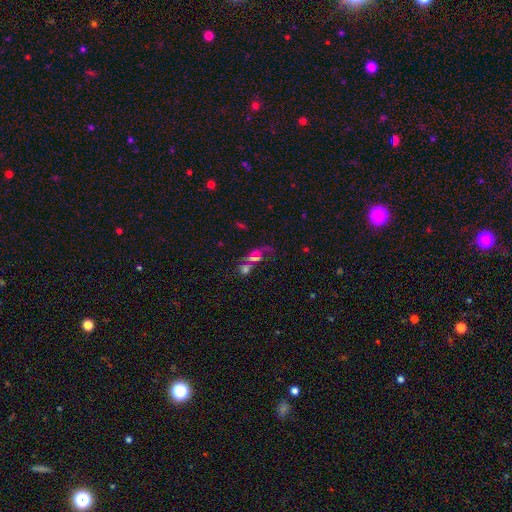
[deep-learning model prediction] Morphology: type=smooth (36%, tied with featured or disk); merging=merger (41%).